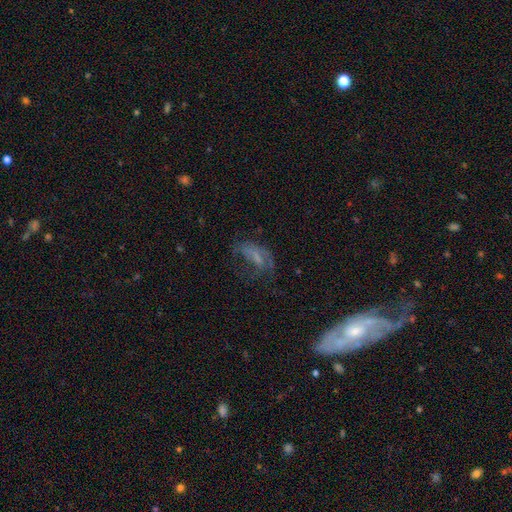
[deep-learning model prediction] smooth-or-featured: featured or disk: 47% | smooth: 35% | star or artifact: 18%
  merging: major disturbance: 41% | none: 34% | minor disturbance: 21% | merger: 4%